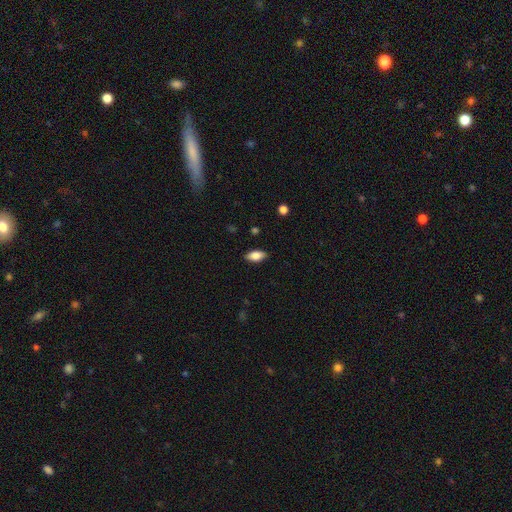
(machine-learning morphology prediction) Overall: smooth (78%). How rounded: in between (89%). Merging: none (87%).